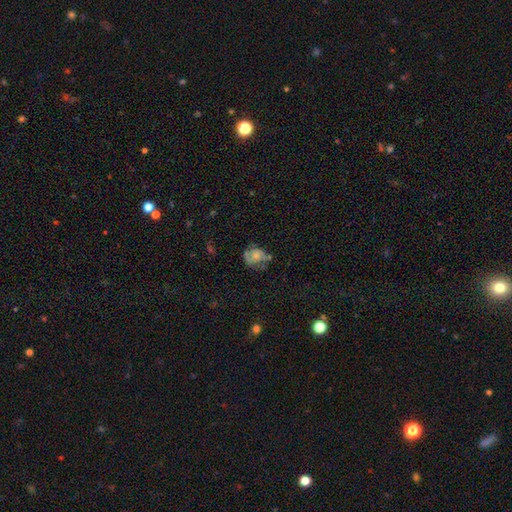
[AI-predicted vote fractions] Q: Smooth or featured?
A: smooth (47%); runner-up: featured or disk (44%)
Q: Merging?
A: none (49%); runner-up: minor disturbance (29%)